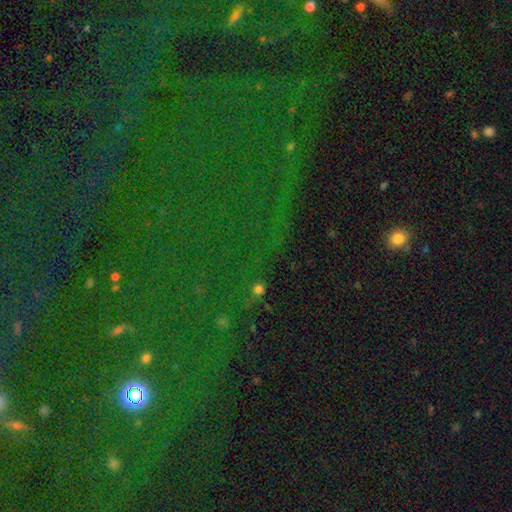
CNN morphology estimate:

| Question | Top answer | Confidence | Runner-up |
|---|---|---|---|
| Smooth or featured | star or artifact | 82% | smooth (10%) |